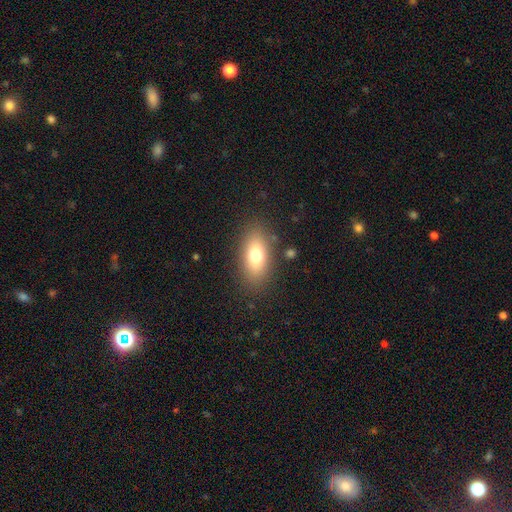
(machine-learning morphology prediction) Q: Smooth or featured?
A: smooth (74%); runner-up: featured or disk (17%)
Q: How rounded?
A: in between (84%); runner-up: cigar-shaped (10%)
Q: Merging?
A: none (84%); runner-up: minor disturbance (10%)